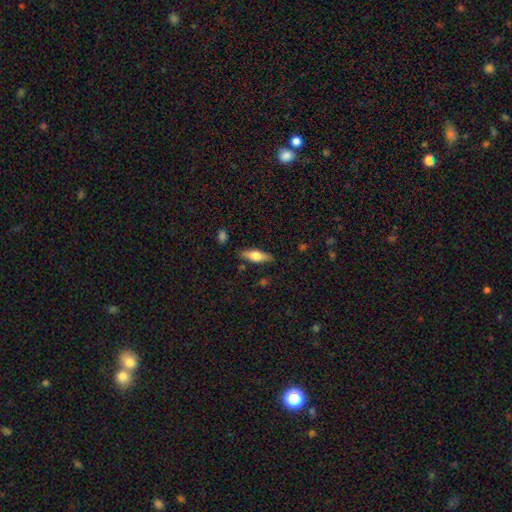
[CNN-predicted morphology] smooth 60%, featured or disk 33%, star or artifact 6%. Down the decision tree: how rounded — in between (54%); merging — none (84%).